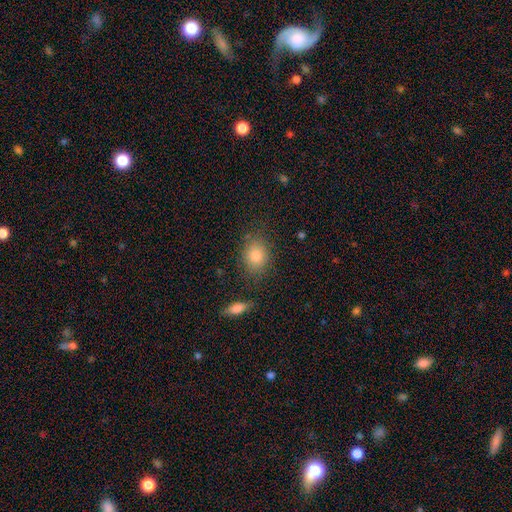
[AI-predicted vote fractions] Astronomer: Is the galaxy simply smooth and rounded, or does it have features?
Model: smooth — 81%.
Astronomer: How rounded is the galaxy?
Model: in between — 67%.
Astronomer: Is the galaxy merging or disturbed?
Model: none — 79%.